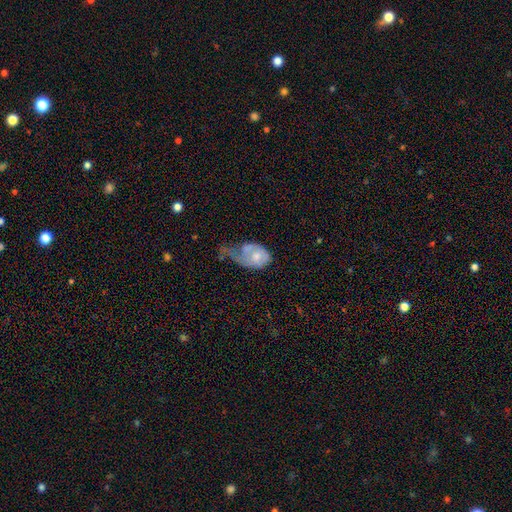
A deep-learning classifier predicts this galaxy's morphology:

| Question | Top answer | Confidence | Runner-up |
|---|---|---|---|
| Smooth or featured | smooth | 50% | featured or disk (43%) |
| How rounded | in between | 81% | round (18%) |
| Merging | major disturbance | 56% | minor disturbance (24%) |